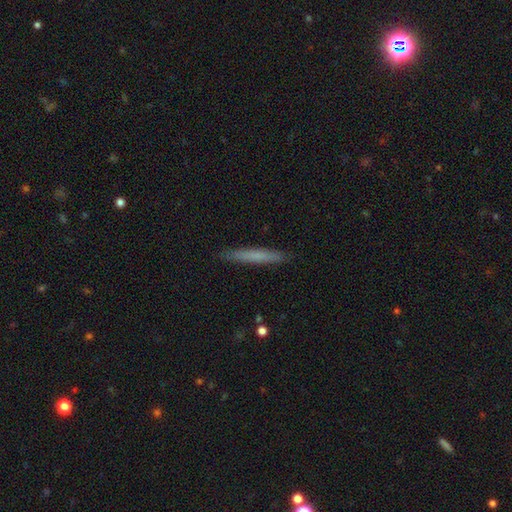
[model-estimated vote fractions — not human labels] A smooth galaxy with no disk features (66%) that is cigar-shaped (96%).

Vote fractions:
- Smooth or featured? smooth: 66% / featured or disk: 27% / star or artifact: 6%
- How rounded? cigar-shaped: 96% / in between: 3% / round: 1%
- Merging? none: 90% / minor disturbance: 7% / major disturbance: 1% / merger: 1%